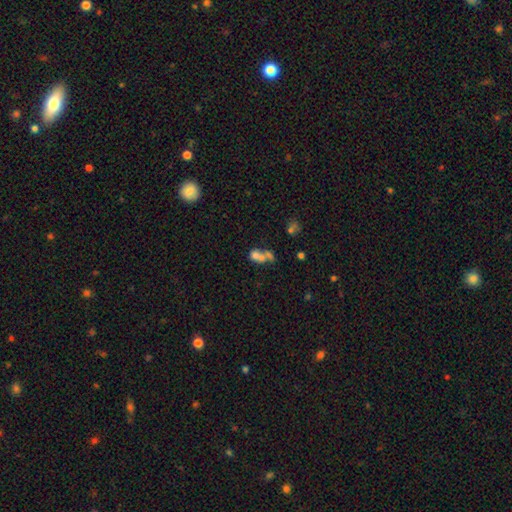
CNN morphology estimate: smooth-or-featured: smooth: 62% | featured or disk: 23% | star or artifact: 15%
  how-rounded: in between: 49% (tied) | round: 49% (tied) | cigar-shaped: 2%
  merging: merger: 63% | none: 22% | major disturbance: 8% | minor disturbance: 8%